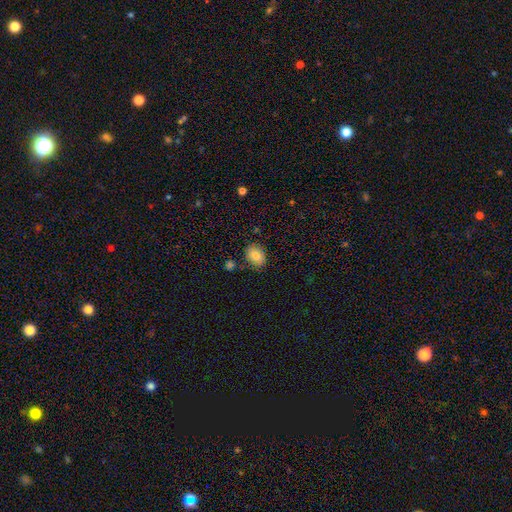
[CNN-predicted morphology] A smooth galaxy with no disk features (83%) that is in between round and cigar-shaped (67%).

Vote fractions:
- Smooth or featured? smooth: 83% / star or artifact: 9% / featured or disk: 8%
- How rounded? in between: 67% / round: 32% / cigar-shaped: 1%
- Merging? none: 81% / minor disturbance: 12% / merger: 3% / major disturbance: 3%